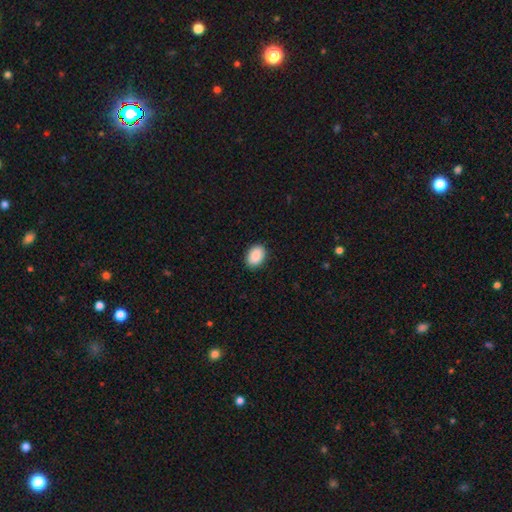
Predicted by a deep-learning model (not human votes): Q: Smooth or featured?
A: smooth (89%); runner-up: star or artifact (7%)
Q: How rounded?
A: in between (79%); runner-up: round (20%)
Q: Merging?
A: none (90%); runner-up: minor disturbance (8%)